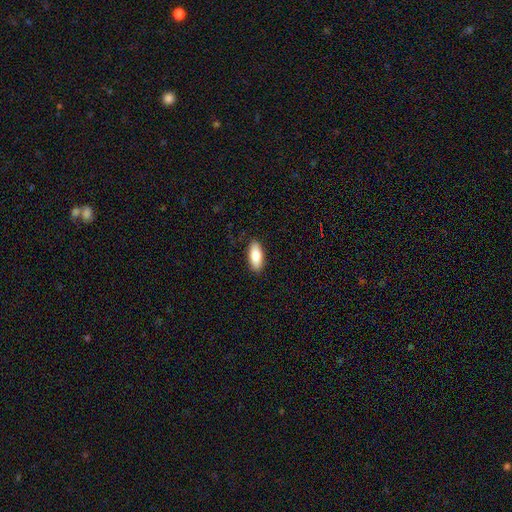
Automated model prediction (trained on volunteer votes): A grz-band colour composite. It shows a smooth galaxy with no disk features (83%) that is in between round and cigar-shaped (84%). Merging: none (89%).